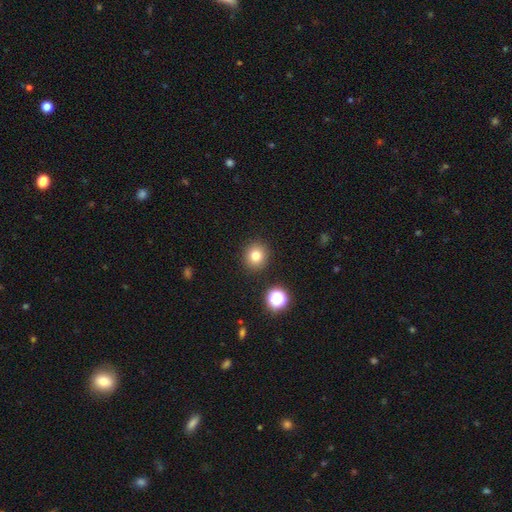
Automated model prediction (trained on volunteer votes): Morphology: type=smooth (79%); roundness=round (88%); merging=none (90%).